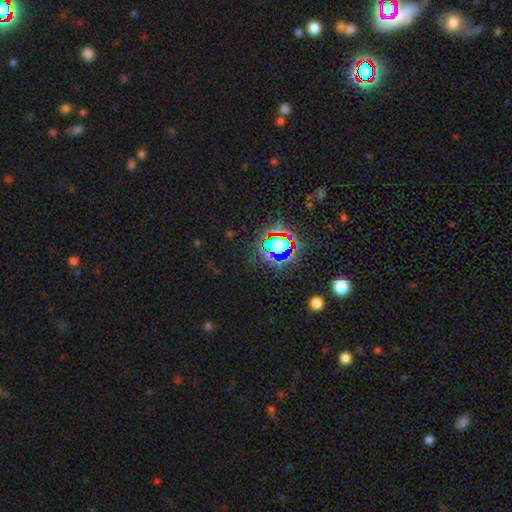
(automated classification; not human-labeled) A star or artifact, not a galaxy (81%).

Vote fractions:
- Smooth or featured? star or artifact: 81% / smooth: 12% / featured or disk: 7%